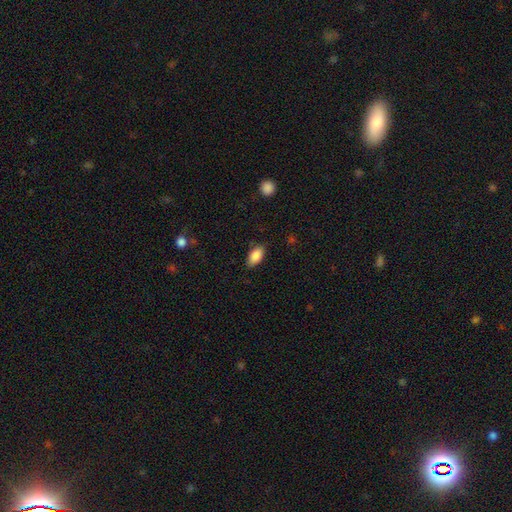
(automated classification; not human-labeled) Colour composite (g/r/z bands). It shows a smooth galaxy with no disk features (87%) that is in between round and cigar-shaped (91%). Merging: none (82%).